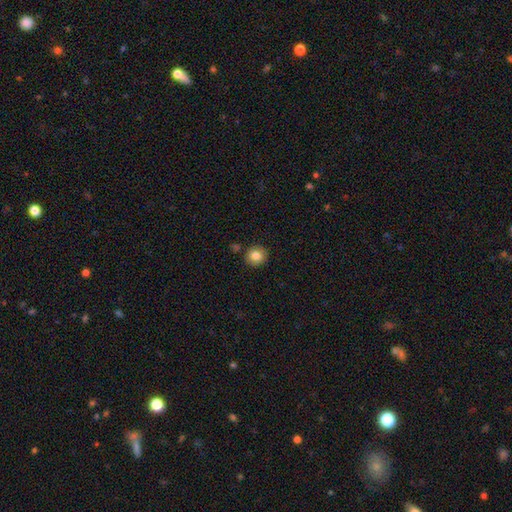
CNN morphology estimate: A smooth galaxy with no disk features (82%) that is round (91%).

Vote fractions:
- Smooth or featured? smooth: 82% / star or artifact: 10% / featured or disk: 8%
- How rounded? round: 91% / in between: 8% / cigar-shaped: 1%
- Merging? none: 88% / minor disturbance: 7% / merger: 4% / major disturbance: 2%